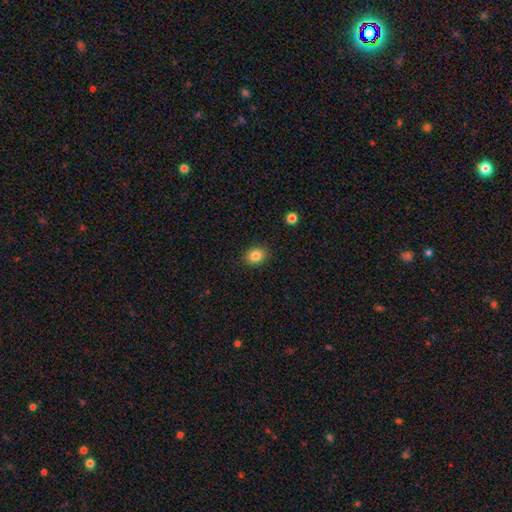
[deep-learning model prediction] This appears to be a smooth galaxy with no disk features (85%) that is round (58%). Merging: none (88%).